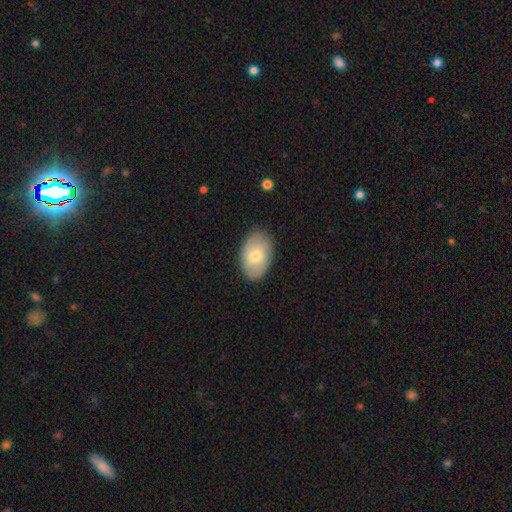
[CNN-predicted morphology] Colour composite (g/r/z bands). It shows a smooth galaxy with no disk features (71%) that is in between round and cigar-shaped (90%). Merging: none (86%).